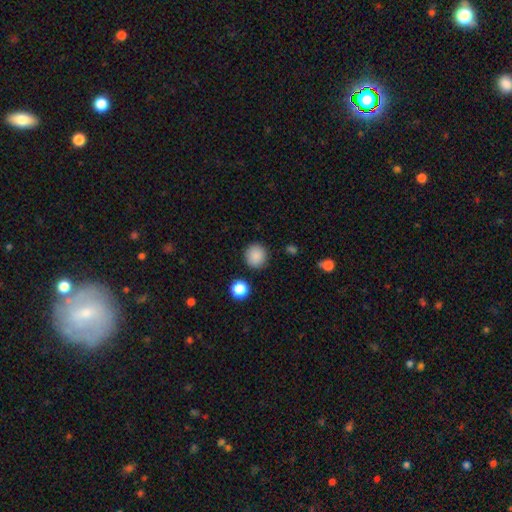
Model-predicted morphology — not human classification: Smooth or featured?
  - smooth: 87% *
  - star or artifact: 9%
  - featured or disk: 4%
How rounded?
  - round: 93% *
  - in between: 6%
  - cigar-shaped: 1%
Merging?
  - none: 89% *
  - minor disturbance: 7%
  - major disturbance: 2%
  - merger: 2%